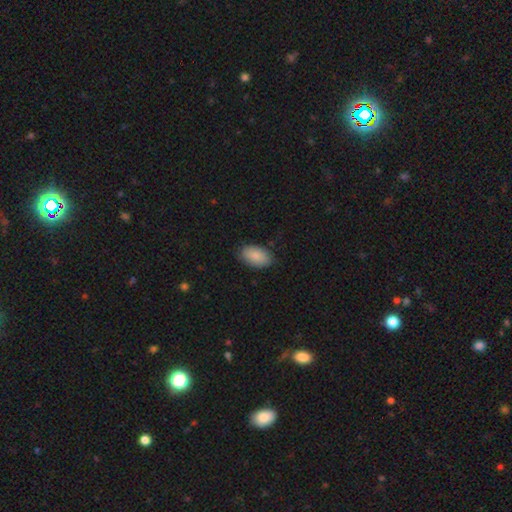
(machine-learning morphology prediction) smooth_or_featured: smooth (p=0.87) [alt: featured or disk p=0.07]
how_rounded: in between (p=0.93) [alt: round p=0.05]
merging: none (p=0.82) [alt: minor disturbance p=0.15]